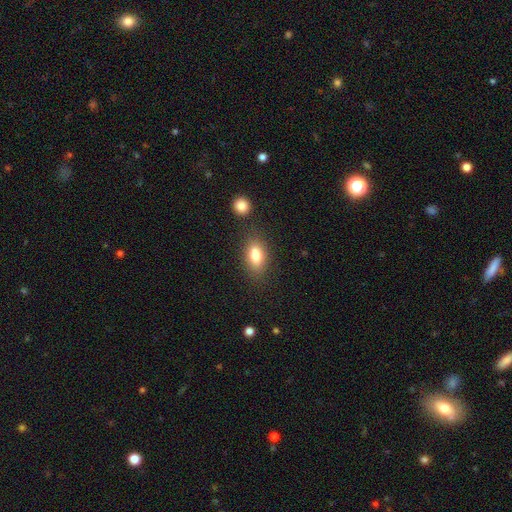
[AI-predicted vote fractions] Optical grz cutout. It shows a smooth galaxy with no disk features (79%) that is in between round and cigar-shaped (85%). Merging: none (71%).